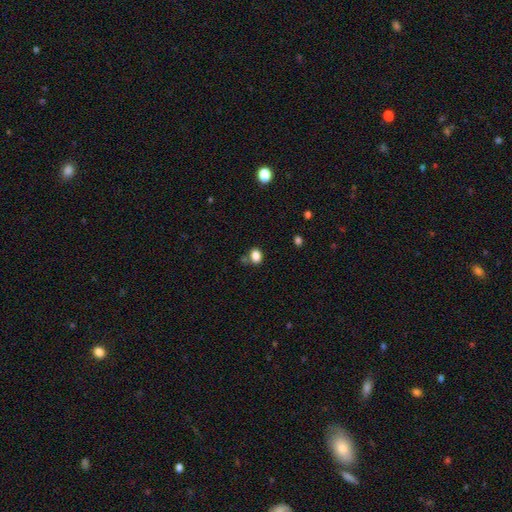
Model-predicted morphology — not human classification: Smooth or featured? smooth (84%)
How rounded? in between (61%)
Merging? none (64%)